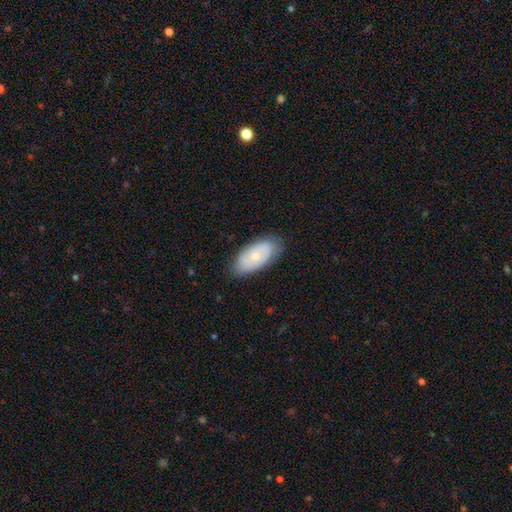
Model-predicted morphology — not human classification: Smooth or featured?
  - smooth: 55% *
  - featured or disk: 39%
  - star or artifact: 7%
How rounded?
  - in between: 92% *
  - cigar-shaped: 5%
  - round: 3%
Merging?
  - none: 80% *
  - minor disturbance: 15%
  - major disturbance: 3%
  - merger: 1%